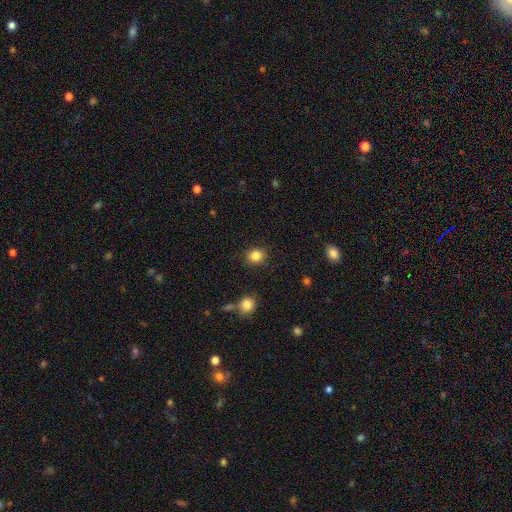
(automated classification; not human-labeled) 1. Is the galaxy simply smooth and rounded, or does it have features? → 85% smooth, 10% star or artifact, 5% featured or disk.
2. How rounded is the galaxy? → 73% round, 27% in between, 1% cigar-shaped.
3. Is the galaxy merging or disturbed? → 88% none, 8% minor disturbance, 2% major disturbance, 2% merger.